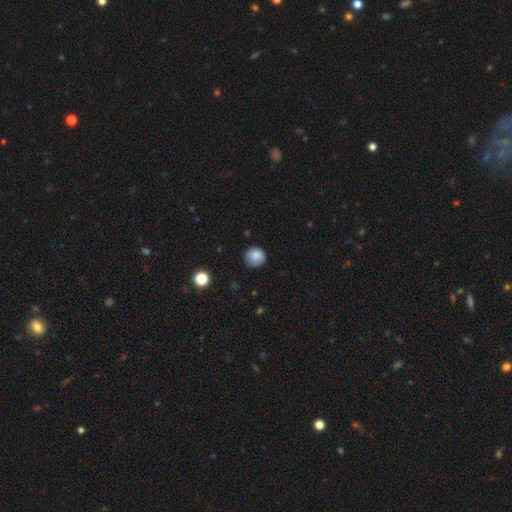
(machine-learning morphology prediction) type=smooth (84%); roundness=round (89%); merging=none (78%).